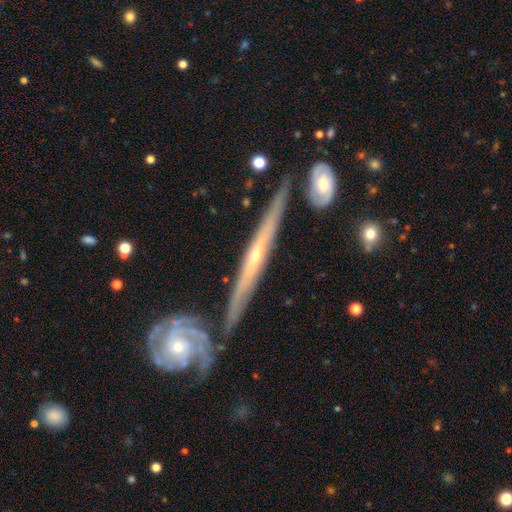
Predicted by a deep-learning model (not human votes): Q: Smooth or featured?
A: featured or disk (81%); runner-up: smooth (13%)
Q: Edge-on disk?
A: yes (84%); runner-up: no (16%)
Q: Edge-on bulge?
A: rounded (54%); runner-up: none (42%)
Q: Merging?
A: none (77%); runner-up: minor disturbance (13%)